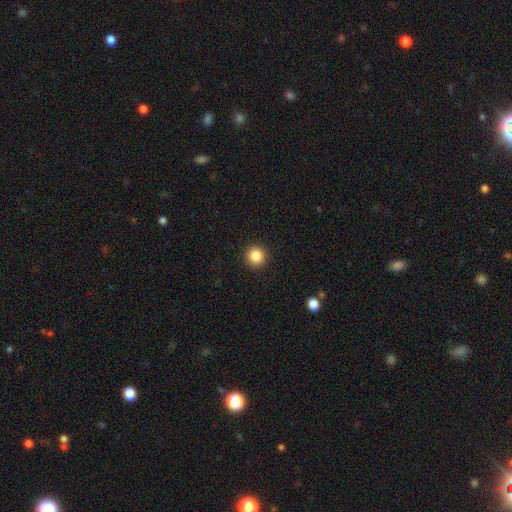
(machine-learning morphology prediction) smooth-or-featured: smooth: 86% | star or artifact: 10% | featured or disk: 4%
  how-rounded: round: 94% | in between: 5% | cigar-shaped: 1%
  merging: none: 93% | minor disturbance: 4% | major disturbance: 2% | merger: 1%